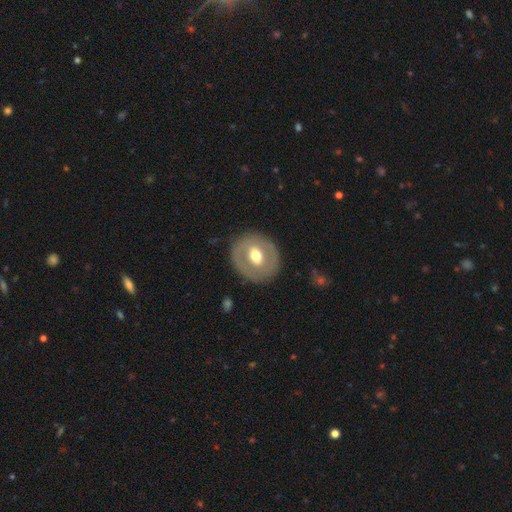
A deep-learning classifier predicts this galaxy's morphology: featured or disk 51%, smooth 44%, star or artifact 6%. Down the decision tree: edge-on disk — no (94%); merging — none (83%).